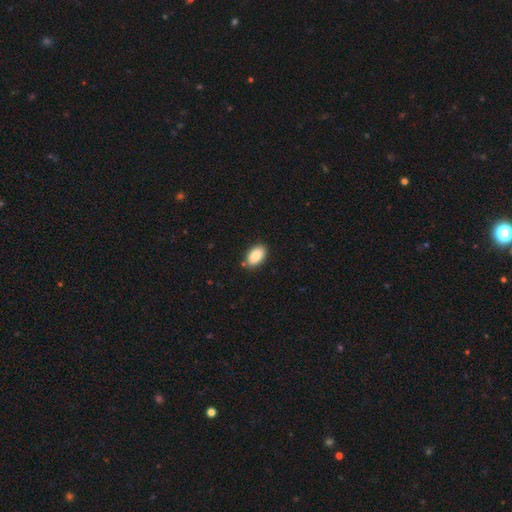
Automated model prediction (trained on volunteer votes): Overall: smooth (87%). How rounded: in between (93%). Merging: none (85%).